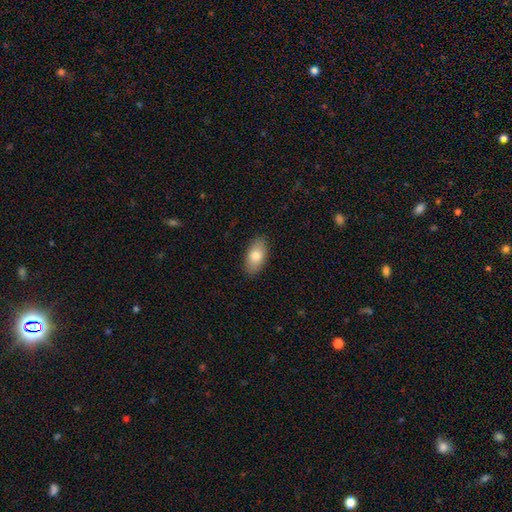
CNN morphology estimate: A smooth galaxy with no disk features (80%) that is in between round and cigar-shaped (93%). Merging: none (88%).